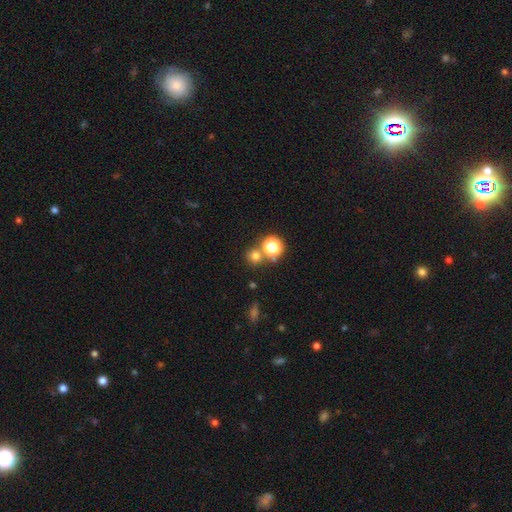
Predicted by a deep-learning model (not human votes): This is likely a smooth galaxy (70%). How rounded: clearly round (89%). Merging: likely none (70%).